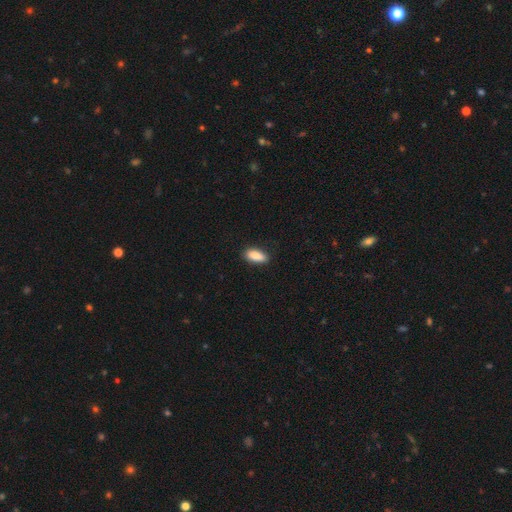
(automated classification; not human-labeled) smooth-or-featured: smooth: 88% | star or artifact: 7% | featured or disk: 5%
  how-rounded: in between: 84% | cigar-shaped: 14% | round: 3%
  merging: none: 84% | minor disturbance: 13% | major disturbance: 2% | merger: 1%